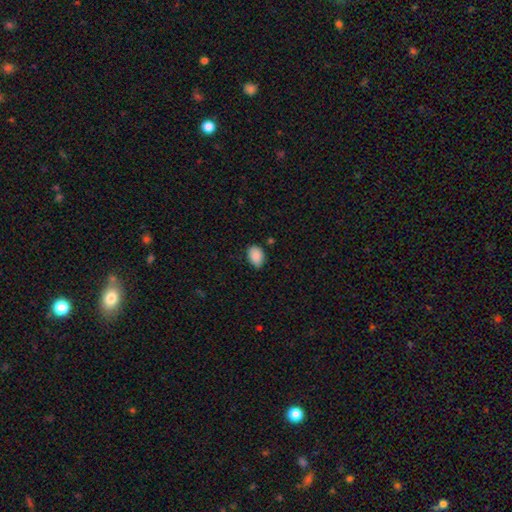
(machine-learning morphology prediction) Overall: smooth (89%). How rounded: in between (78%). Merging: none (73%).